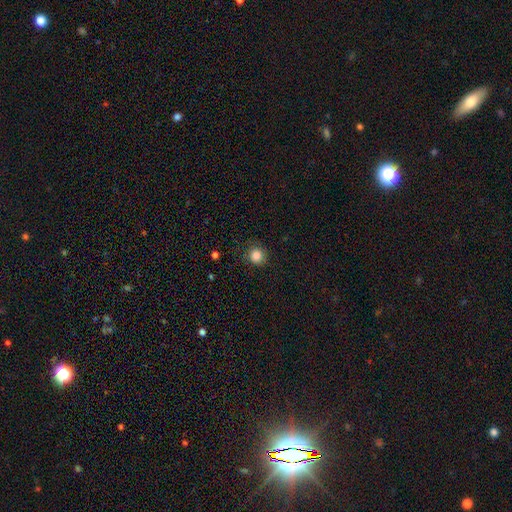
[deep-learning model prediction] Smooth or featured?
  - smooth: 84% *
  - star or artifact: 11%
  - featured or disk: 4%
How rounded?
  - round: 92% *
  - in between: 7%
  - cigar-shaped: 1%
Merging?
  - none: 87% *
  - minor disturbance: 10%
  - major disturbance: 3%
  - merger: 1%